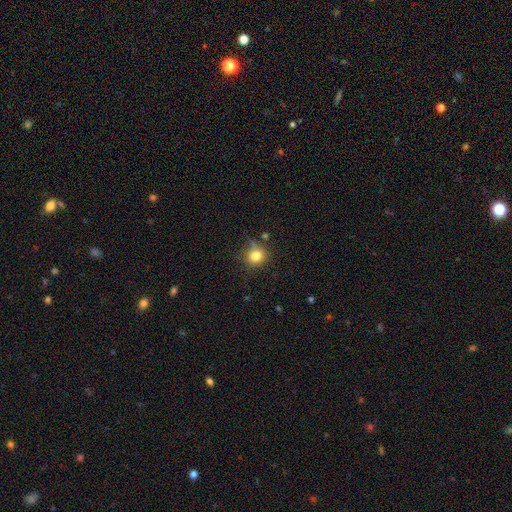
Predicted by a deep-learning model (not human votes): smooth-or-featured: smooth: 80% | star or artifact: 13% | featured or disk: 8%
  how-rounded: round: 89% | in between: 10% | cigar-shaped: 1%
  merging: none: 71% | minor disturbance: 19% | major disturbance: 6% | merger: 4%